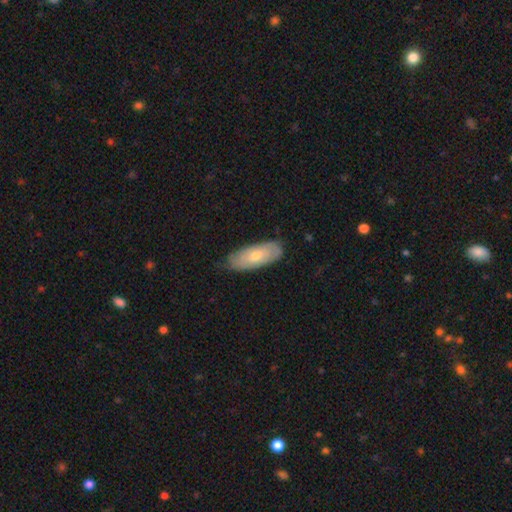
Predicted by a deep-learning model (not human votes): Smooth or featured? smooth (63%)
How rounded? in between (80%)
Merging? none (76%)